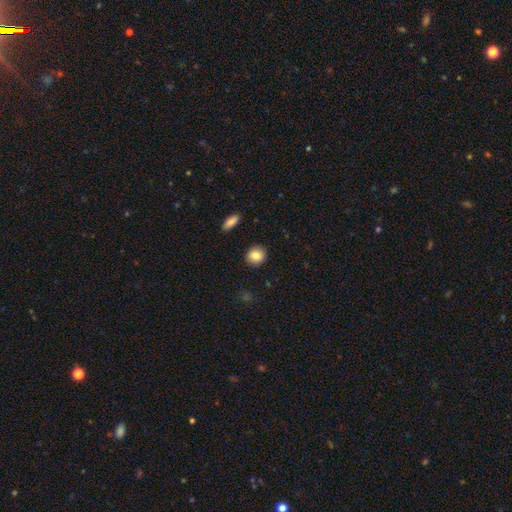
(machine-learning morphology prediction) The model was most divided on "how rounded": round: 81%, in between: 18%, cigar-shaped: 1%. More confident: merging — none (90%); smooth or featured — smooth (85%).